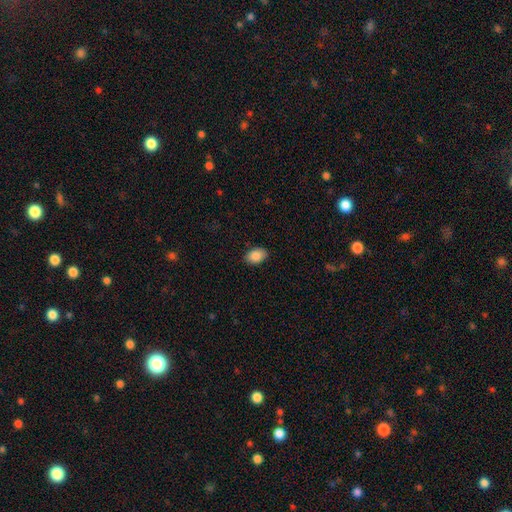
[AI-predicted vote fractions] A smooth galaxy with no disk features (87%) that is in between round and cigar-shaped (85%). Merging: none (87%).